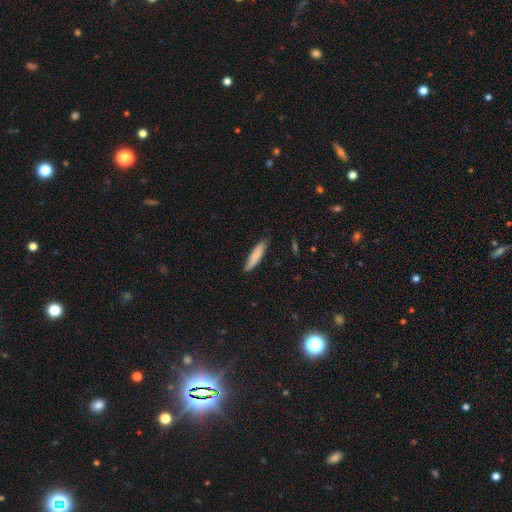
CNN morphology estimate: This is clearly a smooth galaxy (84%). How rounded: clearly cigar-shaped (85%). Merging: clearly none (85%).